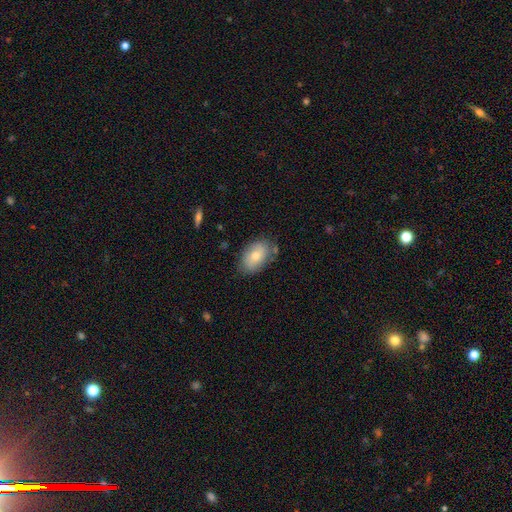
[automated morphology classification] This appears to be a smooth galaxy with no disk features (73%) that is in between round and cigar-shaped (89%). Merging: none (73%).